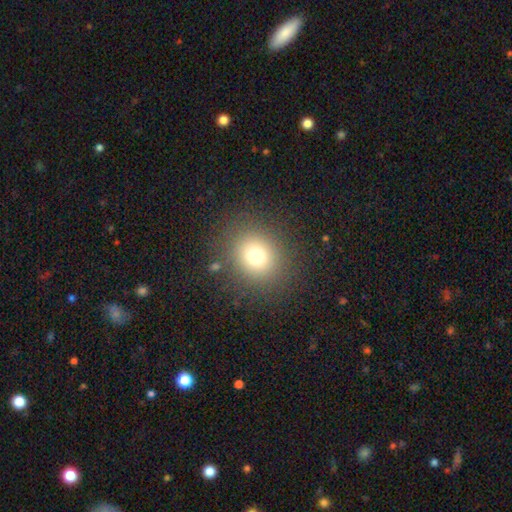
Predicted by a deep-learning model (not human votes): smooth_or_featured: smooth (p=0.73) [alt: star or artifact p=0.17]
how_rounded: round (p=0.83) [alt: in between p=0.16]
merging: none (p=0.86) [alt: minor disturbance p=0.07]